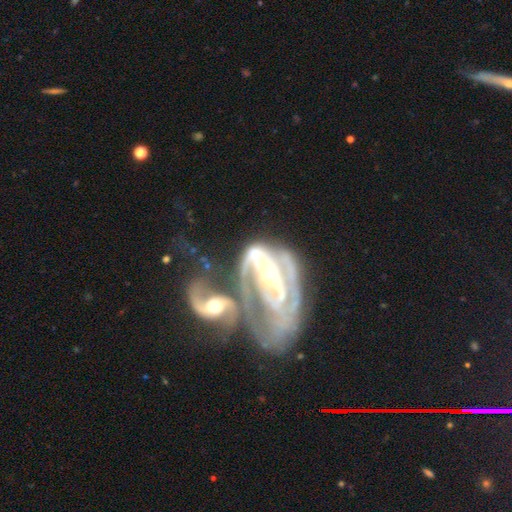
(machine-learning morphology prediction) A featured or disk galaxy (84%) with a strong bar (43%), 2 (62%) medium (41%) spiral arms (83%) and a moderate central bulge (67%). Merging: merger (62%).